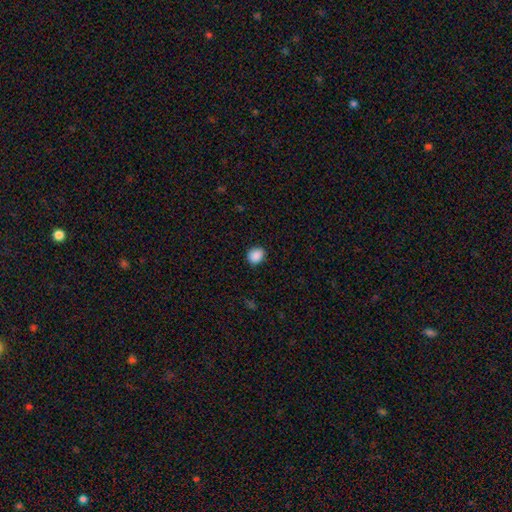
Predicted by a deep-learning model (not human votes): This appears to be a smooth galaxy with no disk features (89%) that is round (61%). Merging: none (85%).